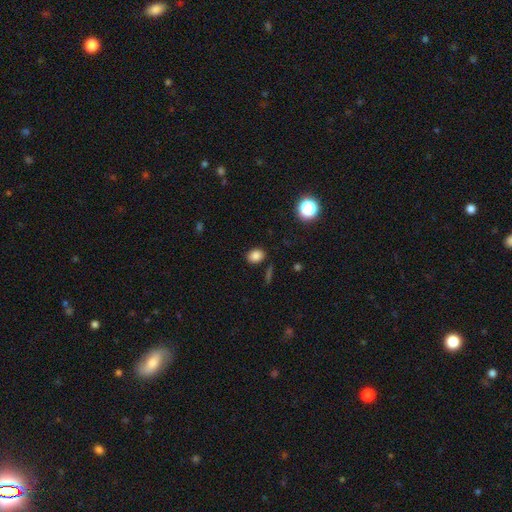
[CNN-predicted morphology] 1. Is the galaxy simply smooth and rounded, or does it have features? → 82% smooth, 12% star or artifact, 5% featured or disk.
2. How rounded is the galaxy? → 59% in between, 40% round, 1% cigar-shaped.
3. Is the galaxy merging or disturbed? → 86% none, 9% minor disturbance, 3% major disturbance, 3% merger.